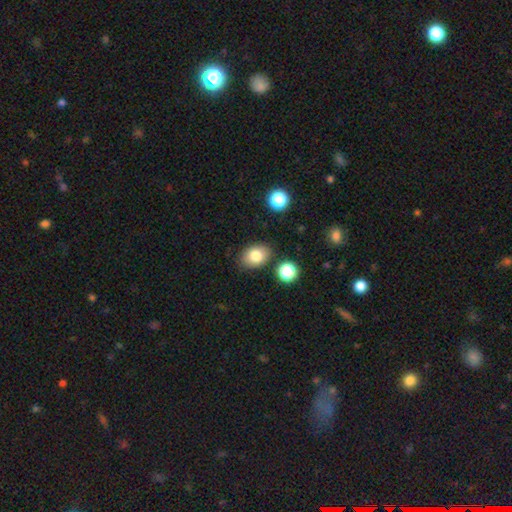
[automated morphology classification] The model was most divided on "how rounded": in between: 76%, round: 23%, cigar-shaped: 1%. More confident: merging — none (82%); smooth or featured — smooth (80%).